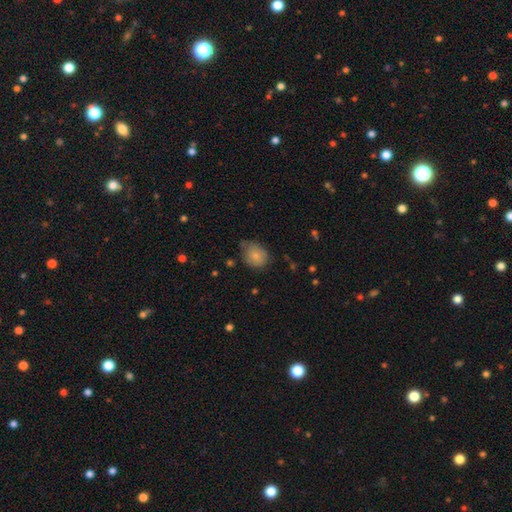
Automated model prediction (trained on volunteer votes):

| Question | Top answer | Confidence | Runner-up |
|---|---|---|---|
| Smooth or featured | smooth | 81% | featured or disk (10%) |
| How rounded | round | 53% | in between (46%) |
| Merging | none | 58% | minor disturbance (32%) |